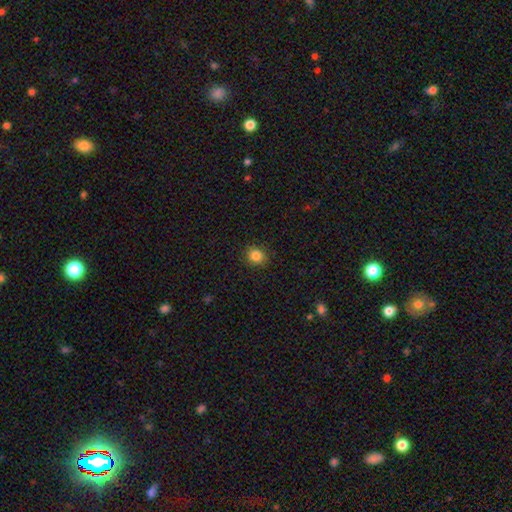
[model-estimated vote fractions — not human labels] smooth_or_featured: smooth (p=0.85) [alt: star or artifact p=0.11]
how_rounded: round (p=0.80) [alt: in between p=0.19]
merging: none (p=0.88) [alt: minor disturbance p=0.08]